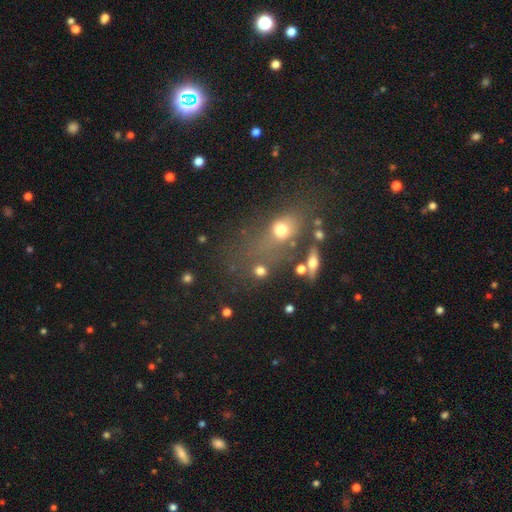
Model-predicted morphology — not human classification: smooth_or_featured: smooth (p=0.50) [alt: star or artifact p=0.33]
how_rounded: in between (p=0.52) [alt: round p=0.43]
merging: none (p=0.56) [alt: merger p=0.17]